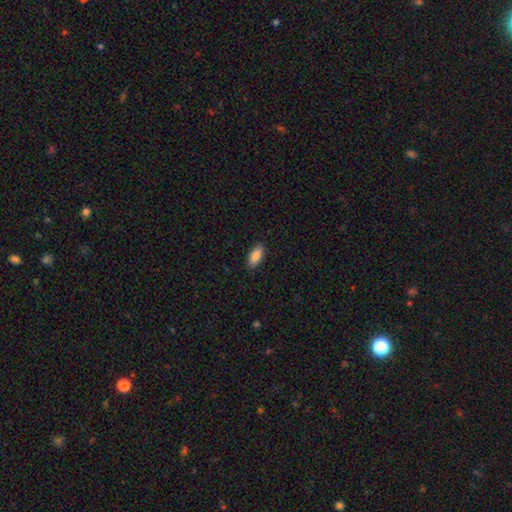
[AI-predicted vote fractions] smooth_or_featured: smooth (p=0.88) [alt: star or artifact p=0.06]
how_rounded: in between (p=0.88) [alt: cigar-shaped p=0.10]
merging: none (p=0.89) [alt: minor disturbance p=0.09]